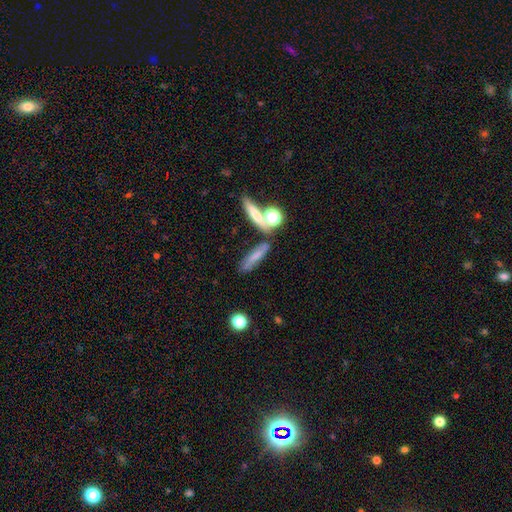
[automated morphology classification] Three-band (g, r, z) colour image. It shows a smooth galaxy with no disk features (61%) that is cigar-shaped (68%). Merging: none (58%).